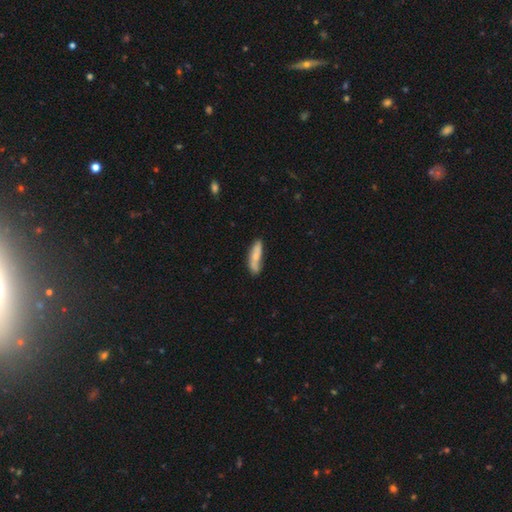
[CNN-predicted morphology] A smooth galaxy with no disk features (65%) that is cigar-shaped (61%). Merging: none (61%).